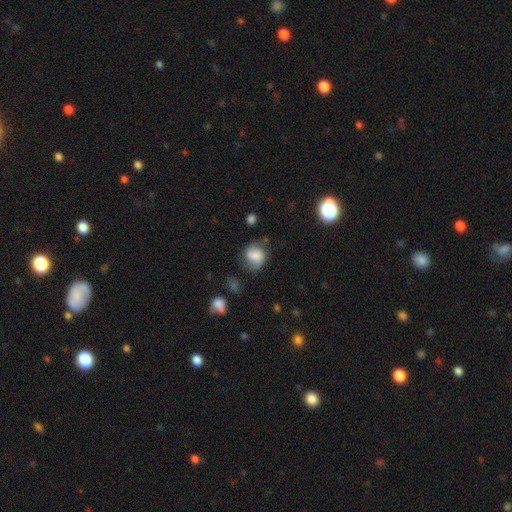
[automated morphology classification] Overall: smooth (63%; featured or disk 27%). How rounded: round (67%; in between 31%). Merging: none (58%; minor disturbance 26%).